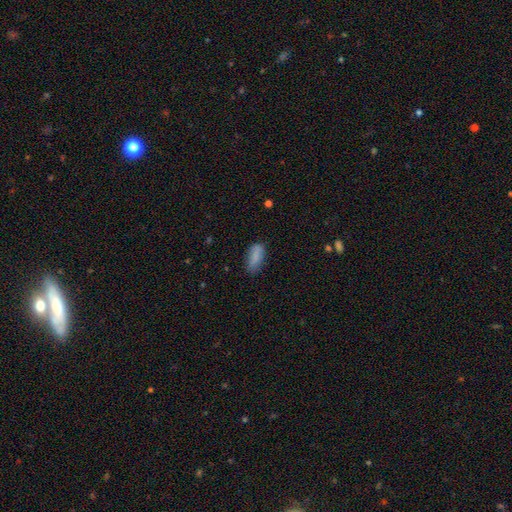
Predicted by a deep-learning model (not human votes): smooth-or-featured: smooth: 85% | star or artifact: 8% | featured or disk: 7%
  how-rounded: in between: 79% | cigar-shaped: 18% | round: 2%
  merging: none: 72% | minor disturbance: 22% | major disturbance: 5% | merger: 2%